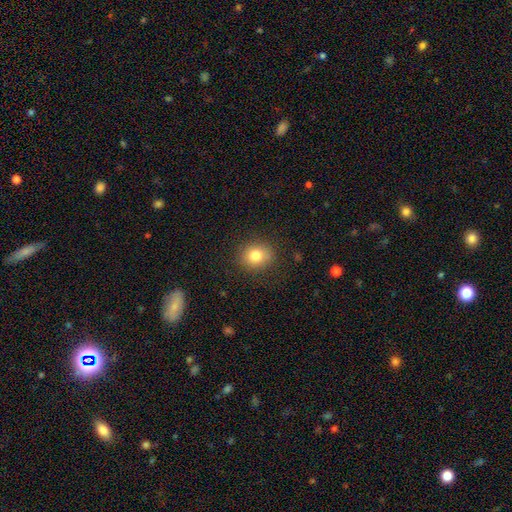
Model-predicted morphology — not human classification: type=smooth (80%); roundness=round (74%); merging=none (87%).